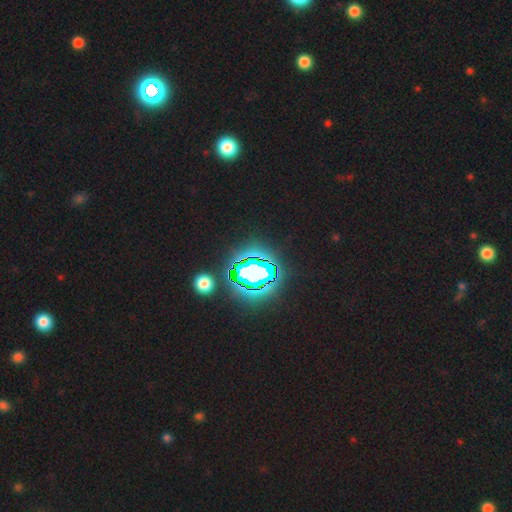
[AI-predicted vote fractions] A star or artifact, not a galaxy (81%).

Vote fractions:
- Smooth or featured? star or artifact: 81% / smooth: 13% / featured or disk: 6%